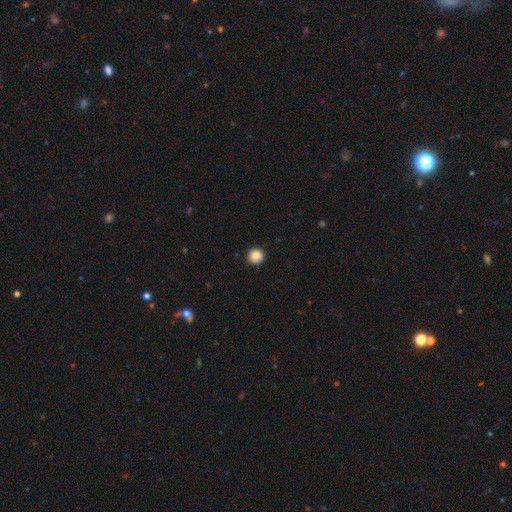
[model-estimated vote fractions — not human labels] Smooth or featured?
  - smooth: 87% *
  - star or artifact: 9%
  - featured or disk: 3%
How rounded?
  - round: 95% *
  - in between: 4%
  - cigar-shaped: 1%
Merging?
  - none: 91% *
  - minor disturbance: 6%
  - major disturbance: 2%
  - merger: 1%